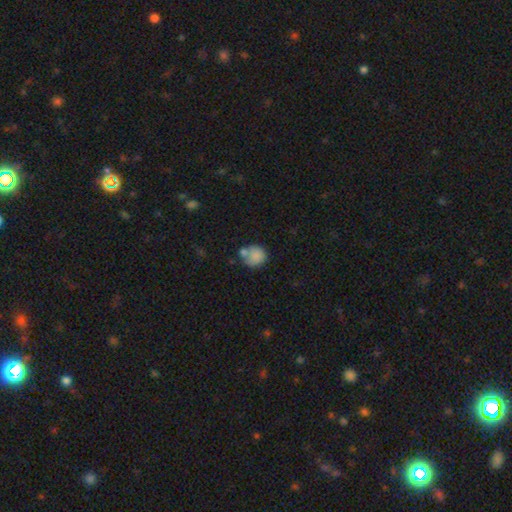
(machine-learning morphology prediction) The model was most divided on "merging": none: 52%, merger: 24%, minor disturbance: 16%, major disturbance: 7%. More confident: how rounded — round (85%); smooth or featured — smooth (81%).